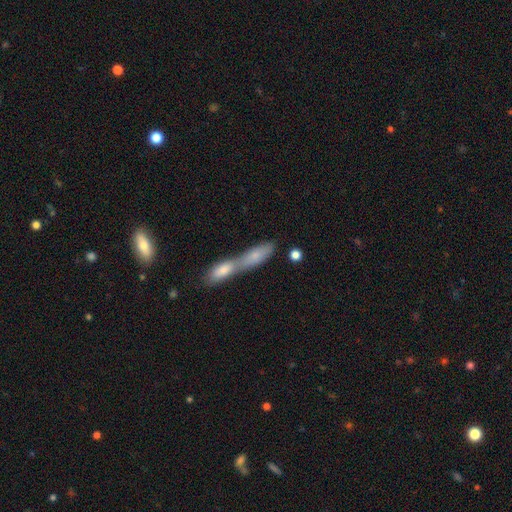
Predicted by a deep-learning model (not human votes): Smooth or featured? smooth (75%)
How rounded? in between (53%)
Merging? merger (63%)